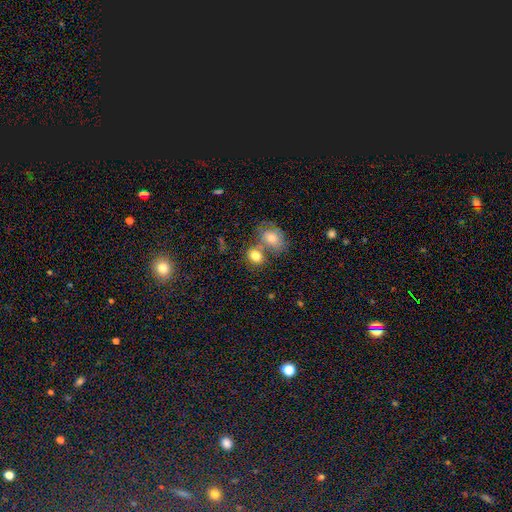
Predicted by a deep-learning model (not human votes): Smooth or featured? Predicted: smooth (p=0.77). How rounded? Predicted: in between (p=0.58). Merging? Predicted: merger (p=0.45).